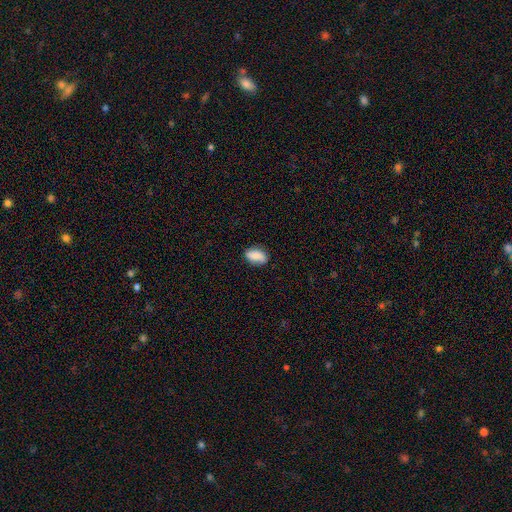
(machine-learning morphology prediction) Q: Smooth or featured?
A: smooth (81%); runner-up: featured or disk (12%)
Q: How rounded?
A: in between (89%); runner-up: round (7%)
Q: Merging?
A: none (82%); runner-up: minor disturbance (14%)